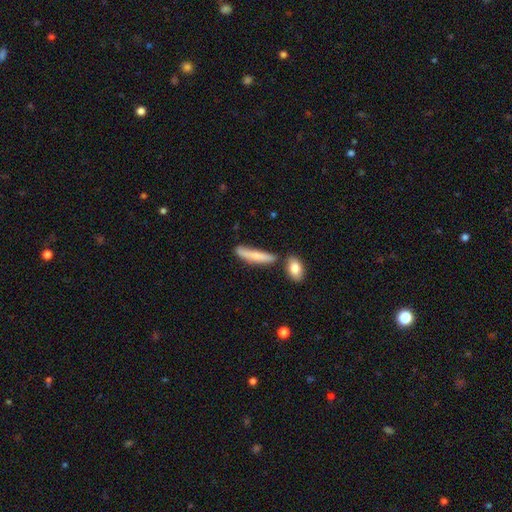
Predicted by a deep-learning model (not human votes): The model was most divided on "merging": none: 64%, minor disturbance: 20%, merger: 11%, major disturbance: 5%. More confident: how rounded — cigar-shaped (84%); smooth or featured — smooth (73%).